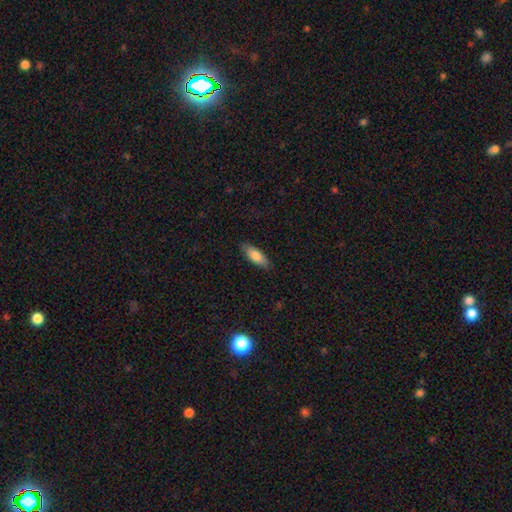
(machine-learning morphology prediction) A smooth galaxy with no disk features (81%) that is in between round and cigar-shaped (69%).

Vote fractions:
- Smooth or featured? smooth: 81% / featured or disk: 13% / star or artifact: 6%
- How rounded? in between: 69% / cigar-shaped: 29% / round: 2%
- Merging? none: 85% / minor disturbance: 12% / major disturbance: 2% / merger: 1%